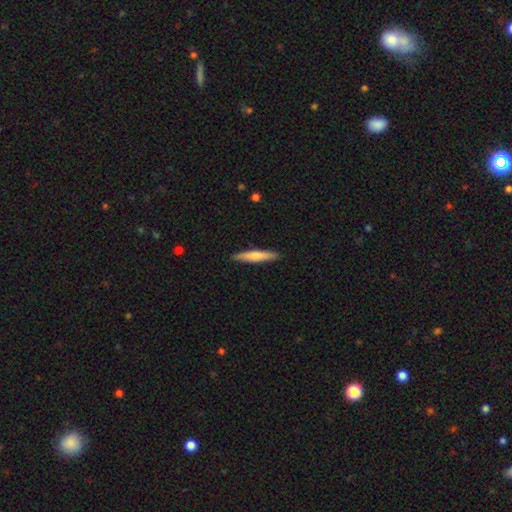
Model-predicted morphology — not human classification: Q: Smooth or featured?
A: smooth (67%); runner-up: featured or disk (27%)
Q: How rounded?
A: cigar-shaped (90%); runner-up: in between (9%)
Q: Merging?
A: none (90%); runner-up: minor disturbance (7%)